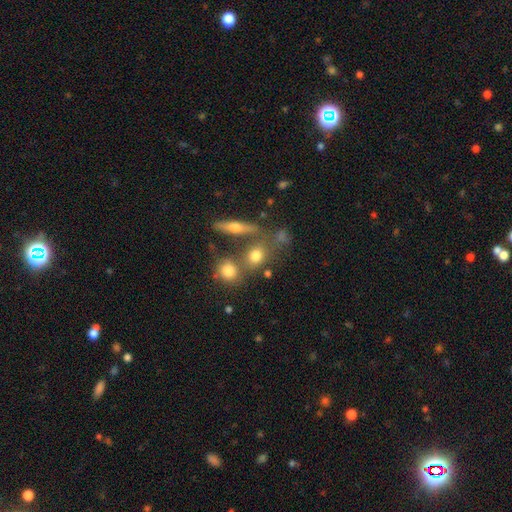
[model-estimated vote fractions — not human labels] This is likely a smooth galaxy (67%). How rounded: possibly round (53%). Merging: possibly none (56%).